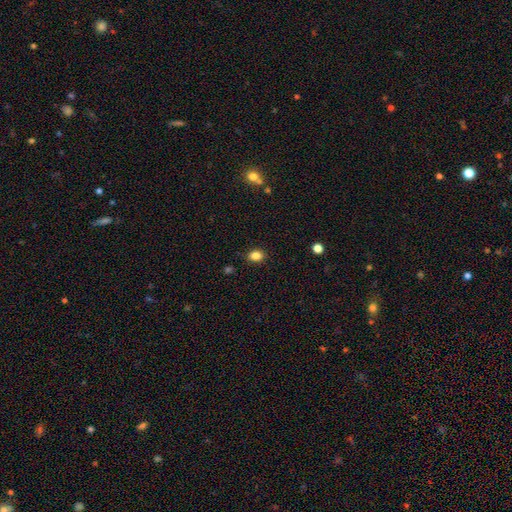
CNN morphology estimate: Q: Smooth or featured?
A: smooth (84%); runner-up: star or artifact (11%)
Q: How rounded?
A: in between (62%); runner-up: round (37%)
Q: Merging?
A: none (88%); runner-up: minor disturbance (9%)